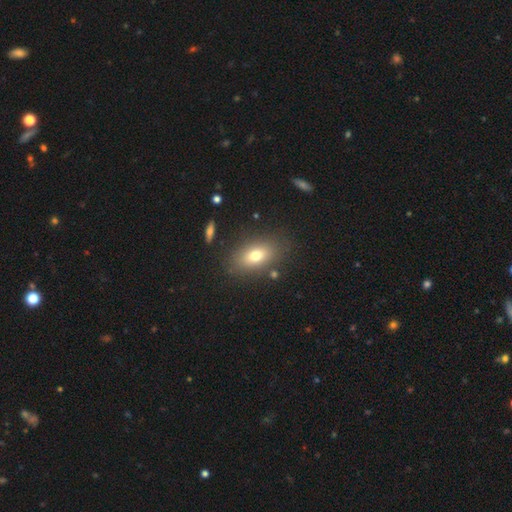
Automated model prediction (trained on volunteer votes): Smooth or featured? Predicted: smooth (p=0.73). How rounded? Predicted: in between (p=0.82). Merging? Predicted: none (p=0.82).